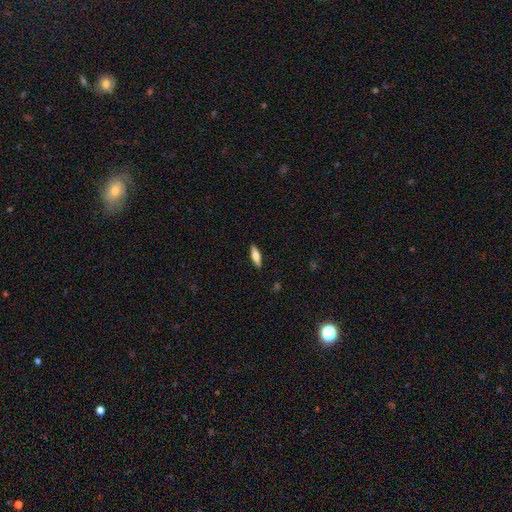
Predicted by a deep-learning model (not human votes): smooth-or-featured: smooth: 67% | featured or disk: 27% | star or artifact: 6%
  how-rounded: cigar-shaped: 51% | in between: 47% | round: 2%
  merging: none: 89% | minor disturbance: 8% | major disturbance: 2% | merger: 1%